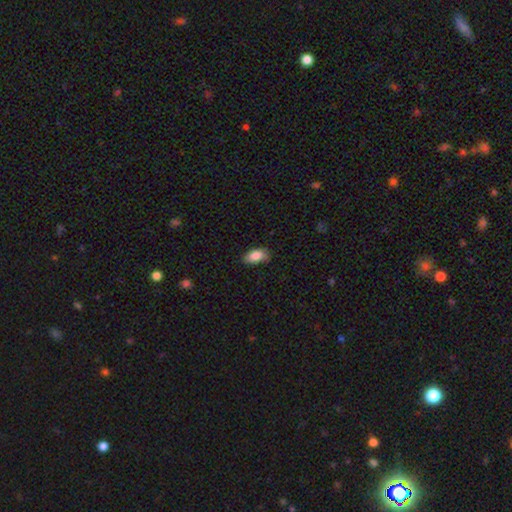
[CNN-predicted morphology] Overall: smooth (86%). How rounded: in between (91%). Merging: none (74%).